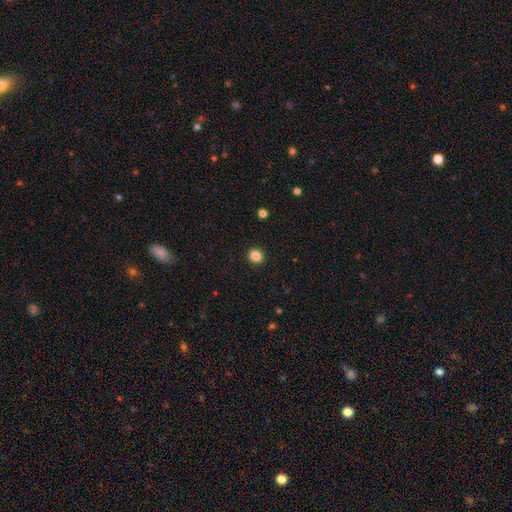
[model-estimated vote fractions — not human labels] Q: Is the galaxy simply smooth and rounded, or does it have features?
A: smooth — 85%.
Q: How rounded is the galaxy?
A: round — 78%.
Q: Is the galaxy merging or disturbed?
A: none — 92%.